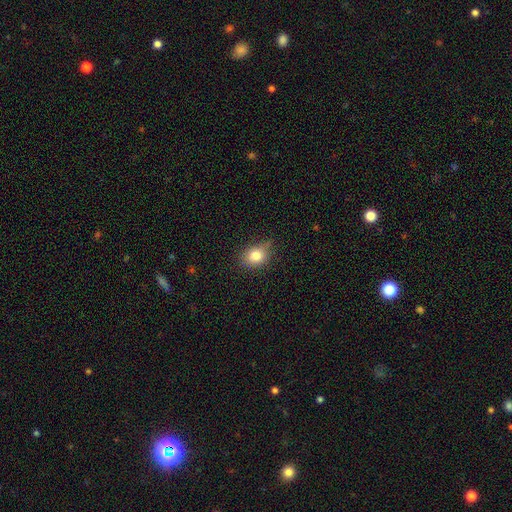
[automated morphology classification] smooth-or-featured: smooth: 81% | star or artifact: 11% | featured or disk: 9%
  how-rounded: round: 49% (tied) | in between: 49% (tied) | cigar-shaped: 1%
  merging: none: 64% | minor disturbance: 29% | major disturbance: 6% | merger: 2%